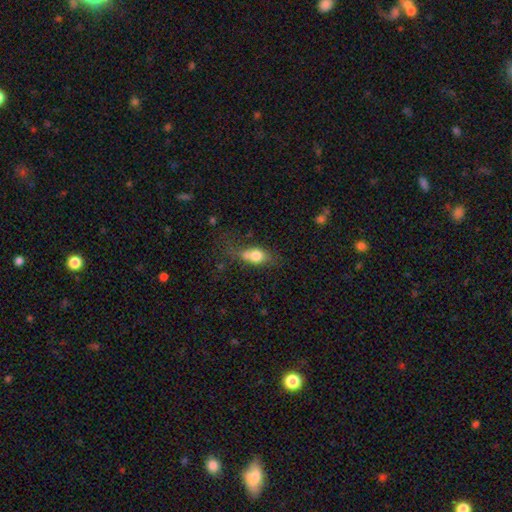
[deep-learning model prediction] A smooth galaxy with no disk features (74%) that is in between round and cigar-shaped (67%). Merging: none (36%).